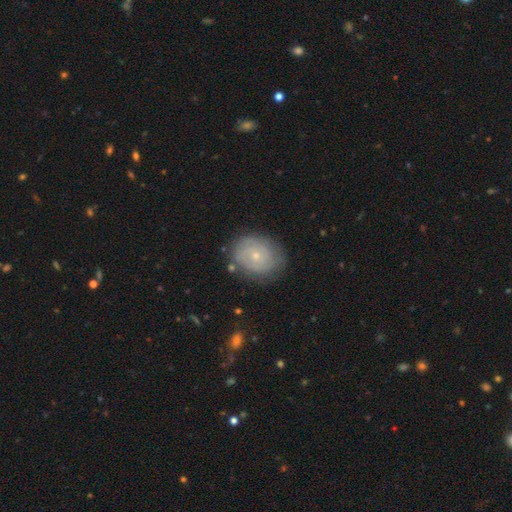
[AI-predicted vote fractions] Smooth or featured? featured or disk (58%)
Edge-on disk? no (97%)
Bar? no (83%)
Spiral arms? yes (76%)
Bulge size? small (78%)
Merging? none (78%)